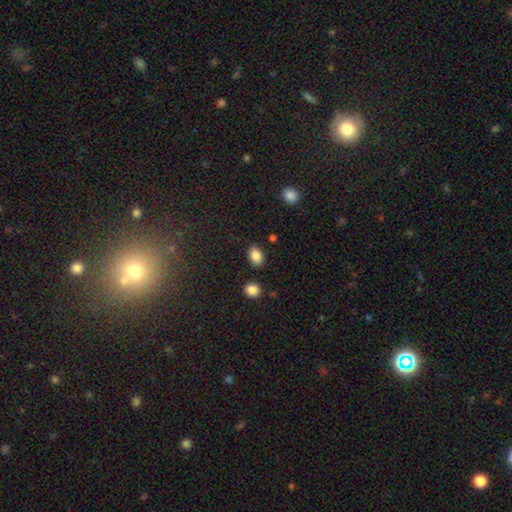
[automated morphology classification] smooth_or_featured: smooth (p=0.86) [alt: star or artifact p=0.09]
how_rounded: in between (p=0.80) [alt: round p=0.18]
merging: none (p=0.84) [alt: minor disturbance p=0.10]